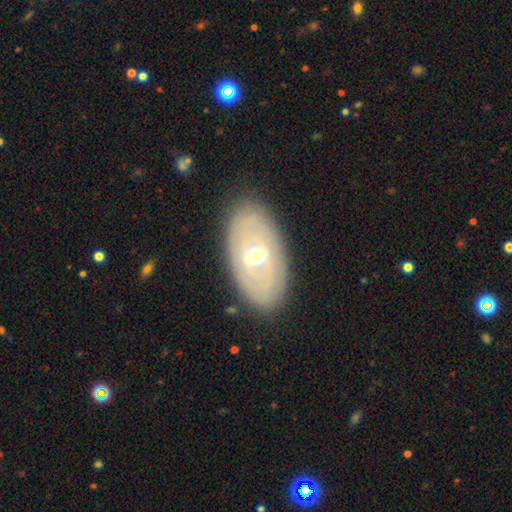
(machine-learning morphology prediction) smooth-or-featured: featured or disk: 65% | smooth: 28% | star or artifact: 7%
  disk-edge-on: no: 89% | yes: 11%
    bar: no: 47% | weak: 39% | strong: 14%
    has-spiral-arms: no: 58% | yes: 42%
    bulge-size: moderate: 69% | small: 26% | large: 4% | dominant: 1% | none: 1%
  merging: none: 85% | minor disturbance: 11% | major disturbance: 3% | merger: 1%